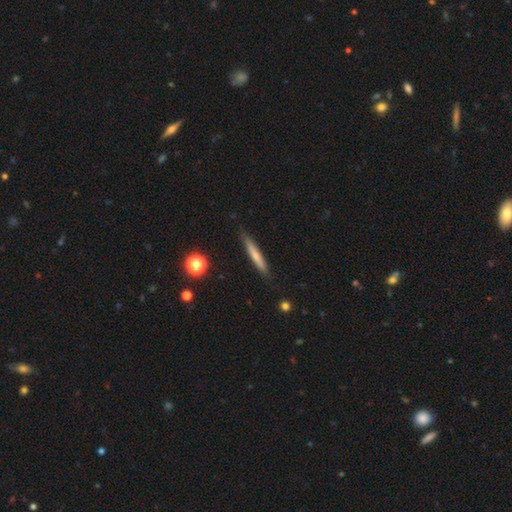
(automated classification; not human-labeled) Smooth or featured? smooth (64%)
How rounded? cigar-shaped (94%)
Merging? none (86%)